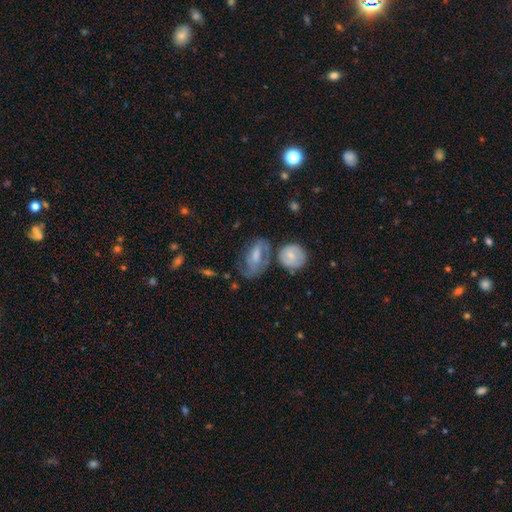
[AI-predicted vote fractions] Smooth or featured?
  - smooth: 51% *
  - featured or disk: 41%
  - star or artifact: 8%
How rounded?
  - in between: 82% *
  - round: 13%
  - cigar-shaped: 5%
Merging?
  - none: 40% *
  - minor disturbance: 24%
  - major disturbance: 21%
  - merger: 16%